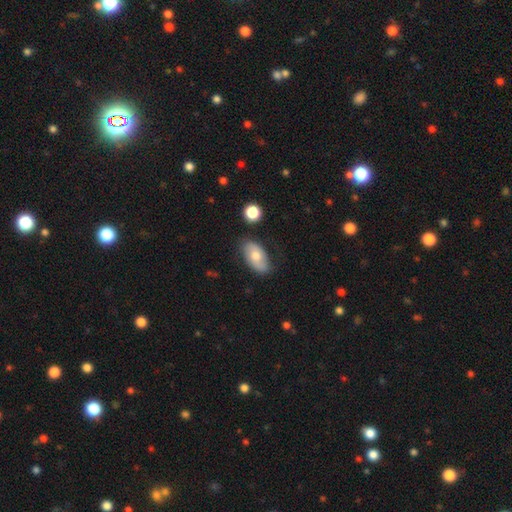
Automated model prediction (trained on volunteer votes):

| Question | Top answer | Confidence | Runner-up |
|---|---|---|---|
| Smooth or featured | smooth | 60% | featured or disk (33%) |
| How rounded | in between | 93% | round (5%) |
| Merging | none | 75% | minor disturbance (18%) |